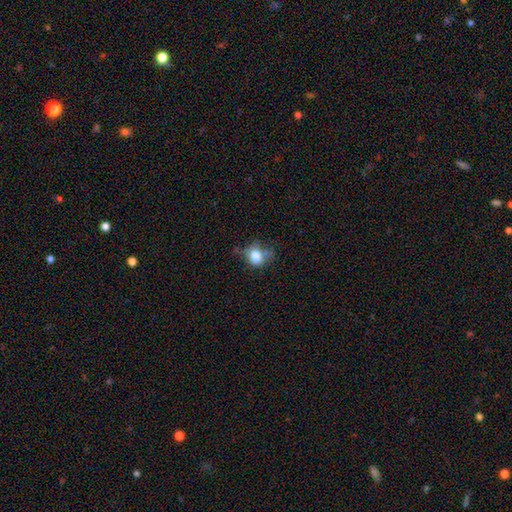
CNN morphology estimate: smooth_or_featured: smooth (p=0.73) [alt: featured or disk p=0.15]
how_rounded: round (p=0.57) [alt: in between p=0.42]
merging: none (p=0.47) [alt: minor disturbance p=0.31]